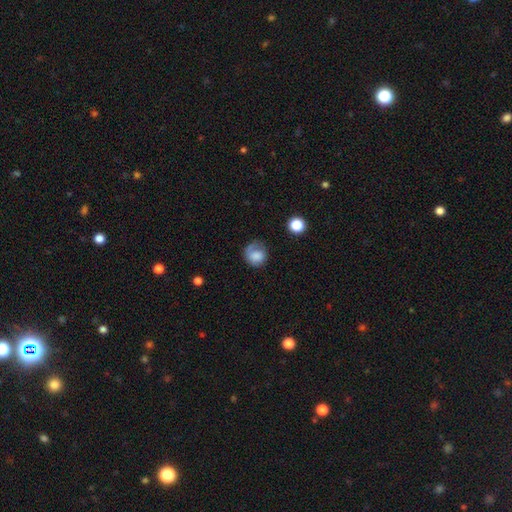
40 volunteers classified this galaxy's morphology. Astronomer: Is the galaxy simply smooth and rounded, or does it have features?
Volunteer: smooth — 78%.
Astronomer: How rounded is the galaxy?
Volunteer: round — 81%.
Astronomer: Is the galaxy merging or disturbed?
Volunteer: none — 39% (runner-up: major disturbance, 31%).